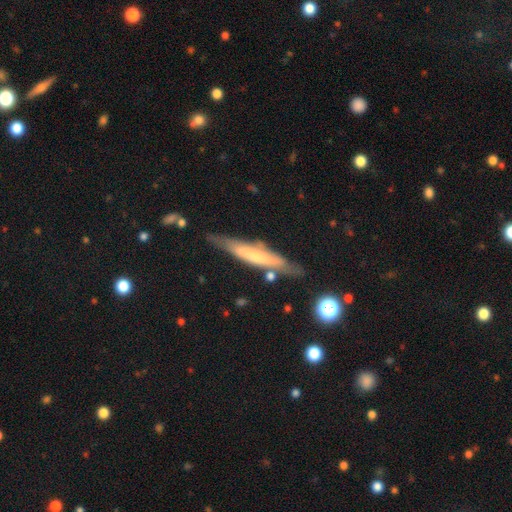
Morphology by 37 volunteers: This appears to be a featured or disk galaxy (49%) viewed edge-on (78%) with no central bulge (43%). Merging: none (77%).